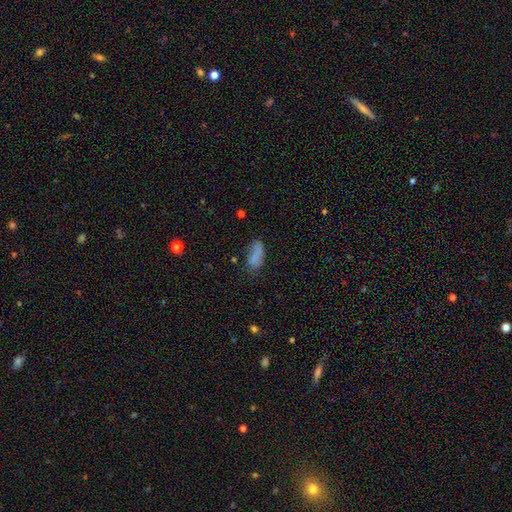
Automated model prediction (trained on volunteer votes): Overall: smooth (76%). How rounded: in between (87%). Merging: none (48%; minor disturbance 31%).